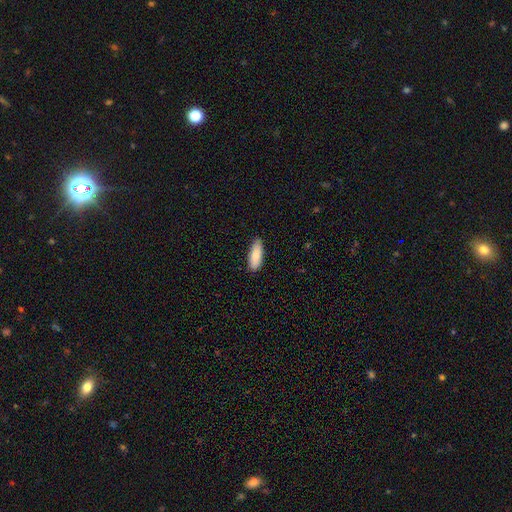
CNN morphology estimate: smooth_or_featured: smooth (p=0.86) [alt: featured or disk p=0.08]
how_rounded: in between (p=0.67) [alt: cigar-shaped p=0.32]
merging: none (p=0.85) [alt: minor disturbance p=0.12]